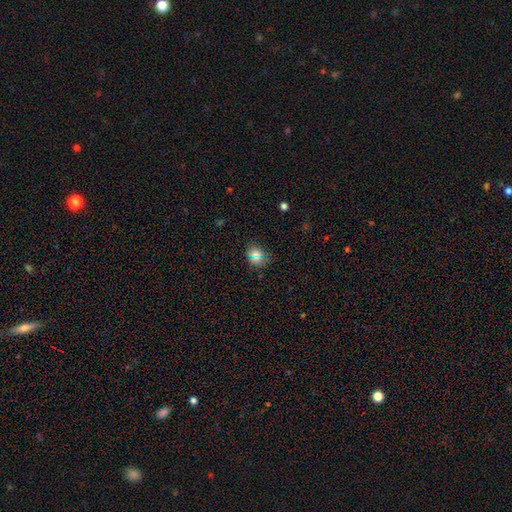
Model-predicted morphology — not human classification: The model was most divided on "how rounded": round: 70%, in between: 29%, cigar-shaped: 1%. More confident: merging — none (75%); smooth or featured — smooth (73%).